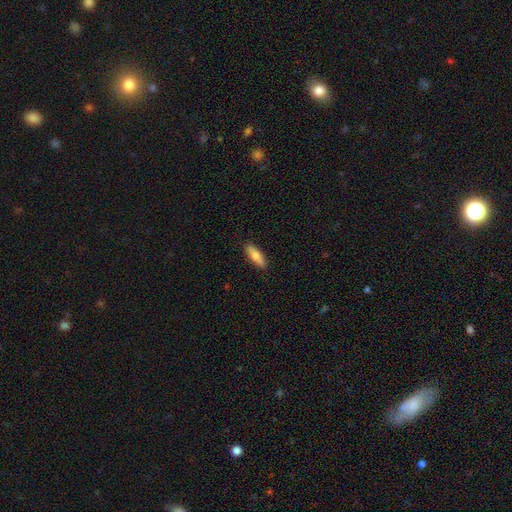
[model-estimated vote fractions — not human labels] Smooth or featured? smooth (76%)
How rounded? cigar-shaped (52%)
Merging? none (89%)